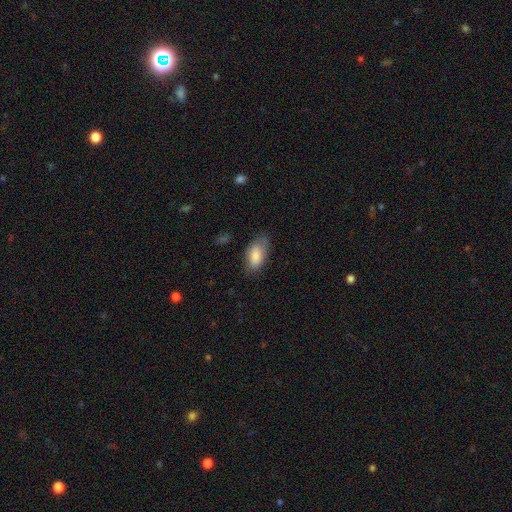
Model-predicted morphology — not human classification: smooth 83%, featured or disk 10%, star or artifact 6%. Down the decision tree: how rounded — in between (92%); merging — none (68%).